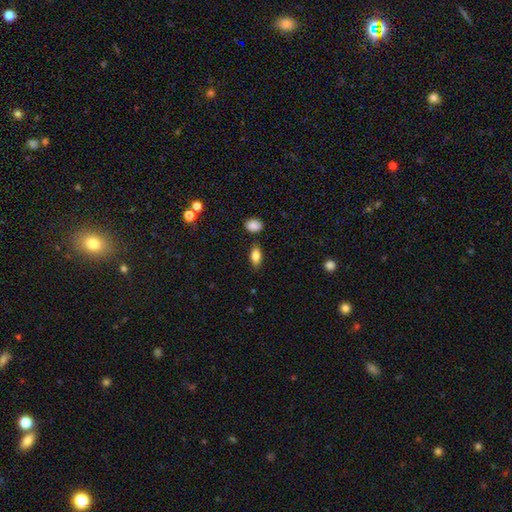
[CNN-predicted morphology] A smooth galaxy with no disk features (84%) that is in between round and cigar-shaped (87%).

Vote fractions:
- Smooth or featured? smooth: 84% / featured or disk: 8% / star or artifact: 8%
- How rounded? in between: 87% / cigar-shaped: 8% / round: 5%
- Merging? none: 81% / minor disturbance: 12% / merger: 4% / major disturbance: 3%